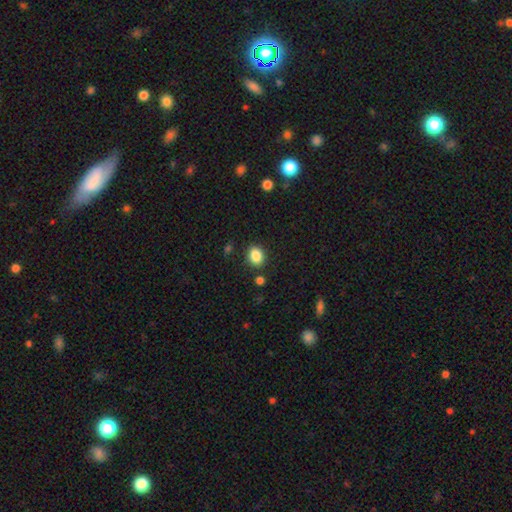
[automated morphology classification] Smooth or featured? smooth (86%)
How rounded? in between (51%)
Merging? none (84%)